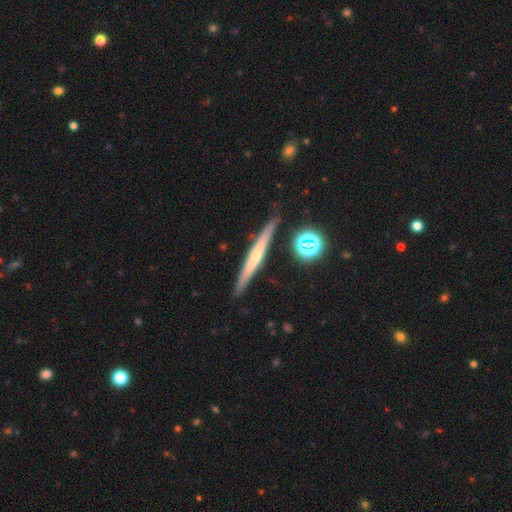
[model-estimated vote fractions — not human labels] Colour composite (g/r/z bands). It shows a featured or disk galaxy (57%) viewed edge-on (95%) with no central bulge (50%). Merging: none (88%).